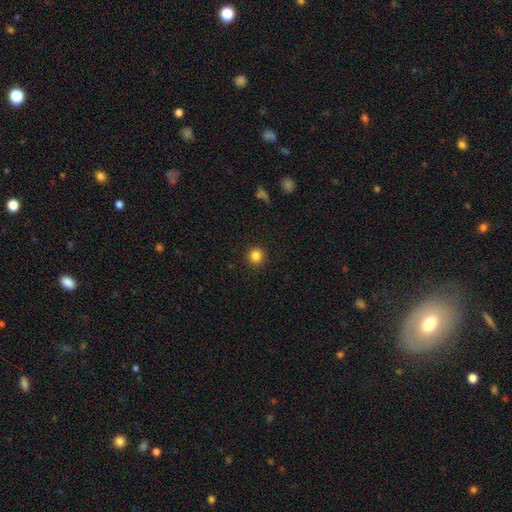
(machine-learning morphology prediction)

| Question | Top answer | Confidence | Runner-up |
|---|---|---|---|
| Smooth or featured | smooth | 84% | star or artifact (12%) |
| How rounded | round | 95% | in between (4%) |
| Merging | none | 93% | minor disturbance (4%) |